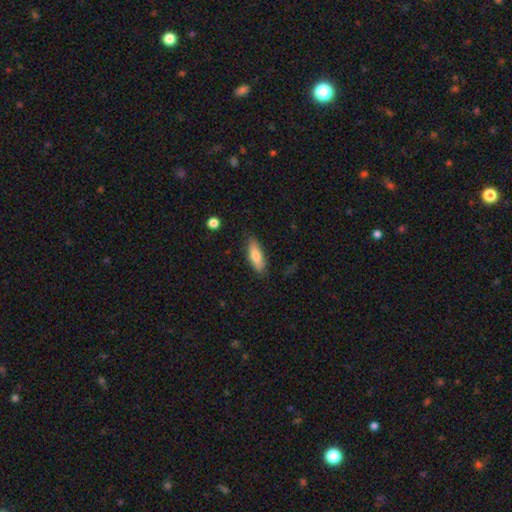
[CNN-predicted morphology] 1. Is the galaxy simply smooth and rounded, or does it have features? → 75% smooth, 19% featured or disk, 6% star or artifact.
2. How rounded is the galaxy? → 53% in between, 45% cigar-shaped, 2% round.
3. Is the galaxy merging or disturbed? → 82% none, 13% minor disturbance, 3% major disturbance, 2% merger.